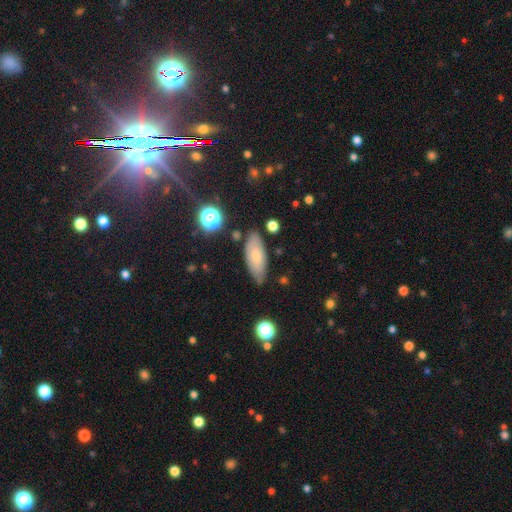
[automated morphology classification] Smooth or featured? Predicted: smooth (p=0.63). How rounded? Predicted: in between (p=0.80). Merging? Predicted: none (p=0.75).